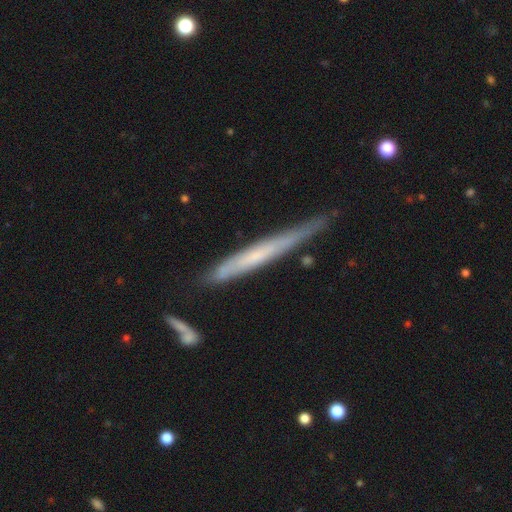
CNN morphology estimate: smooth_or_featured: featured or disk (p=0.55) [alt: smooth p=0.38]
disk_edge_on: yes (p=0.92) [alt: no p=0.08]
edge_on_bulge: none (p=0.79) [alt: rounded p=0.15]
merging: none (p=0.71) [alt: minor disturbance p=0.20]